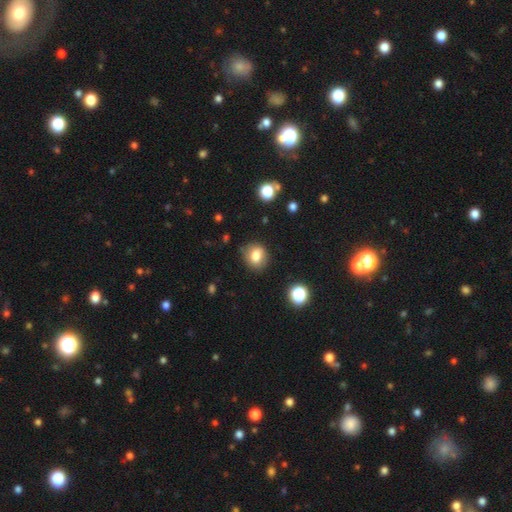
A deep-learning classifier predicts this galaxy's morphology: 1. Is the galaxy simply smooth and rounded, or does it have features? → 78% smooth, 11% featured or disk, 11% star or artifact.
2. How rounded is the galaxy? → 70% round, 29% in between, 1% cigar-shaped.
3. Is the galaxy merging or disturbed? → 78% none, 16% minor disturbance, 4% major disturbance, 2% merger.